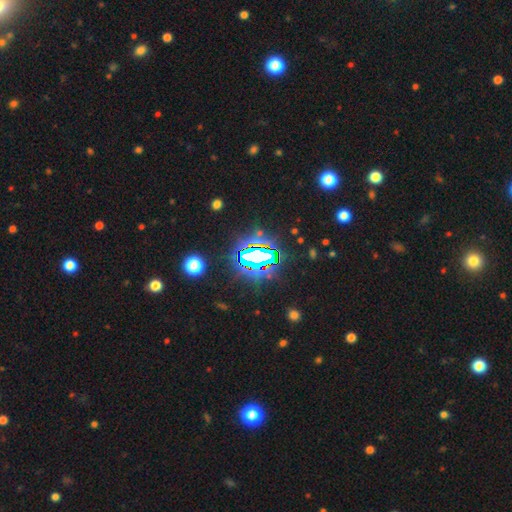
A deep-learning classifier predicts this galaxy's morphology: A star or artifact, not a galaxy (75%).

Vote fractions:
- Smooth or featured? star or artifact: 75% / smooth: 13% / featured or disk: 12%